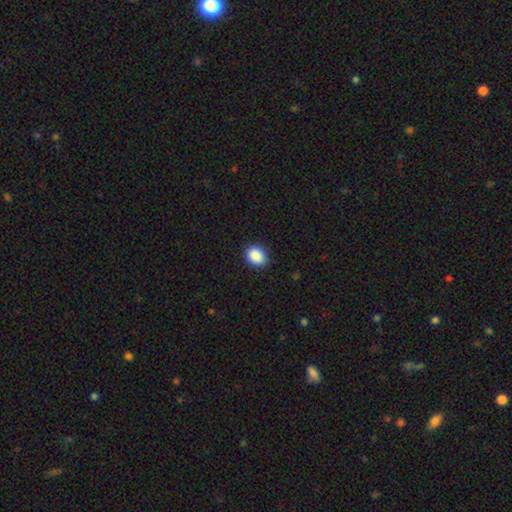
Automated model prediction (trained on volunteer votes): Q: Smooth or featured?
A: smooth (89%); runner-up: star or artifact (8%)
Q: How rounded?
A: in between (59%); runner-up: round (40%)
Q: Merging?
A: none (87%); runner-up: minor disturbance (10%)